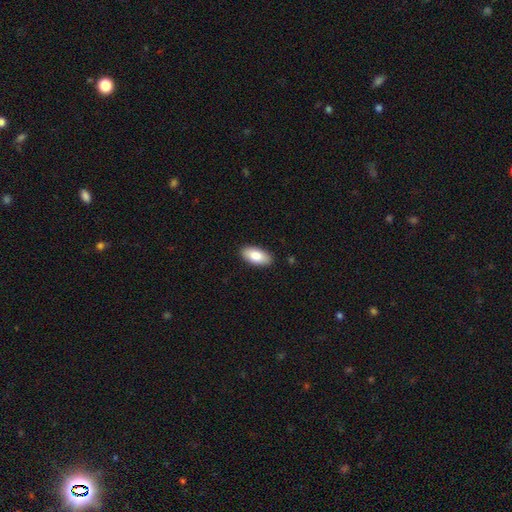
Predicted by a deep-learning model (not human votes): Overall: smooth (85%). How rounded: in between (91%). Merging: none (89%).